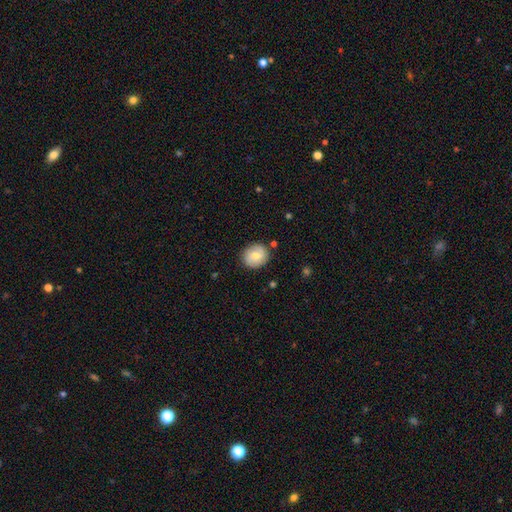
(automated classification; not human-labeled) Overall: smooth (66%; featured or disk 26%). How rounded: round (82%). Merging: none (86%).